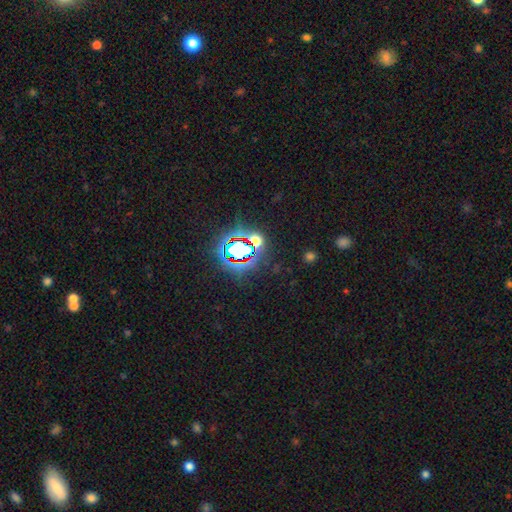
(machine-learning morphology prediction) This appears to be a star or artifact, not a galaxy (79%).